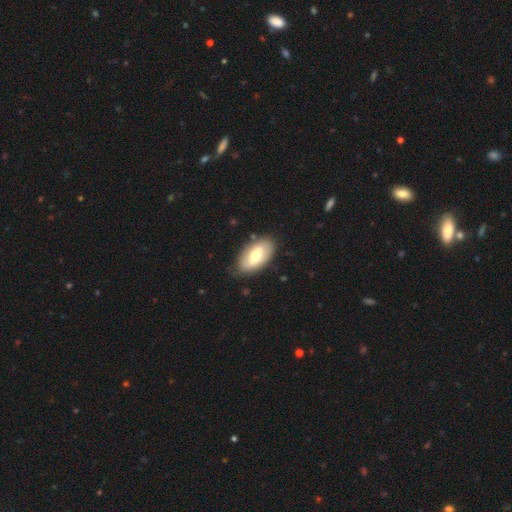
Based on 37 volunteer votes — smooth 68%, featured or disk 30%, star or artifact 3%. Down the decision tree: how rounded — in between (100%); merging — none (81%).